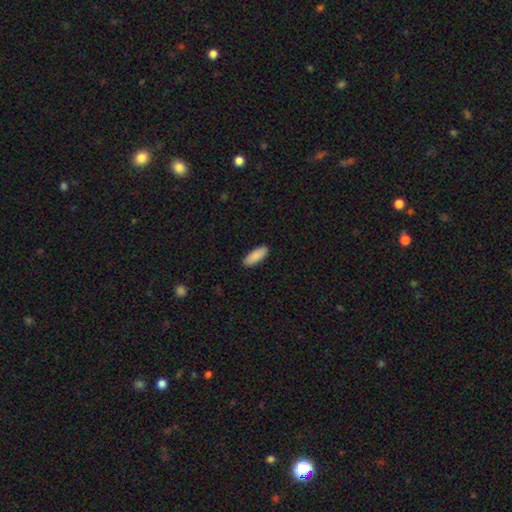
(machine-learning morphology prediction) This is clearly a smooth galaxy (89%). How rounded: likely in between (70%). Merging: clearly none (91%).